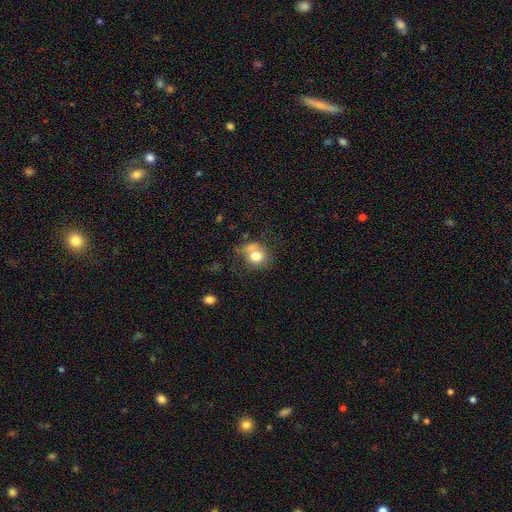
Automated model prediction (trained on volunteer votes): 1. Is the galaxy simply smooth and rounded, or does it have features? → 75% smooth, 15% featured or disk, 10% star or artifact.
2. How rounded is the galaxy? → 73% round, 26% in between, 1% cigar-shaped.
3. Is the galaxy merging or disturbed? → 48% none, 23% minor disturbance, 16% merger, 13% major disturbance.